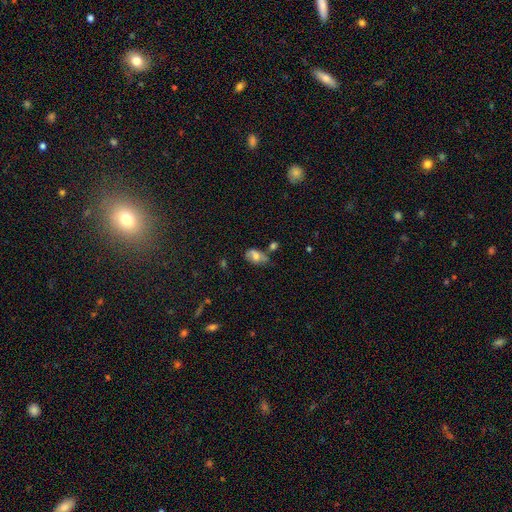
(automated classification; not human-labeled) Smooth or featured: smooth — 59% (featured or disk — 32%)
How rounded: in between — 88% (round — 10%)
Merging: none — 47% (minor disturbance — 29%)